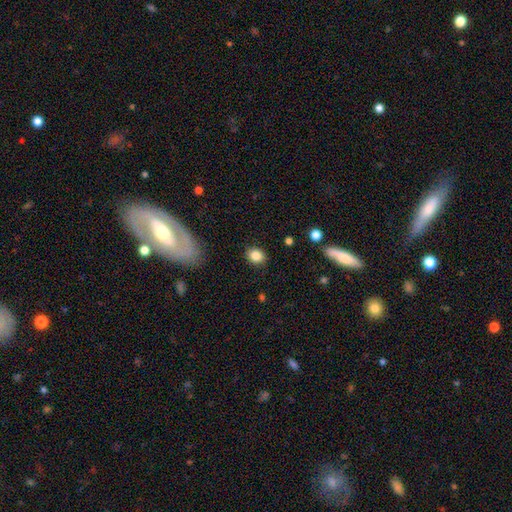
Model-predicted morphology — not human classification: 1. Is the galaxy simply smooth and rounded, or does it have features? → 84% smooth, 10% star or artifact, 6% featured or disk.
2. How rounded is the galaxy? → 58% round, 41% in between, 1% cigar-shaped.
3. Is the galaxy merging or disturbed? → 88% none, 8% minor disturbance, 2% major disturbance, 1% merger.